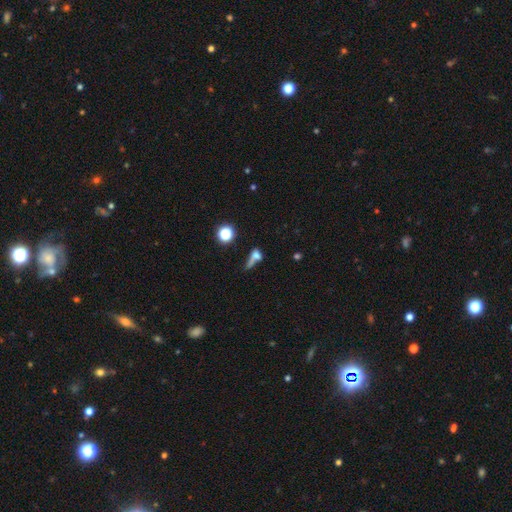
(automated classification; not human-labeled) Morphology: type=smooth (58%); roundness=in between (44%); merging=merger (34%).